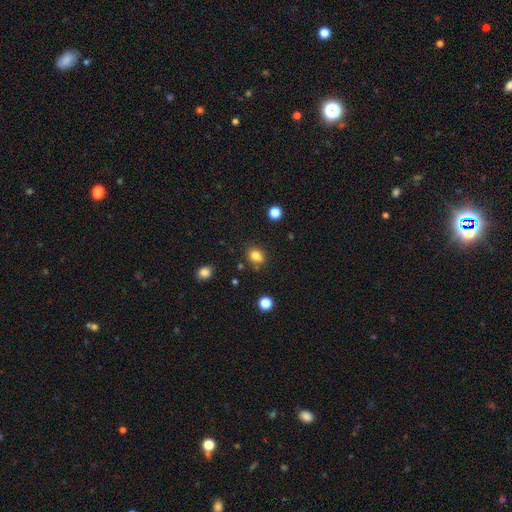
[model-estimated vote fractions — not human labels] This is clearly a smooth galaxy (80%). How rounded: possibly round (53%). Merging: likely none (74%).